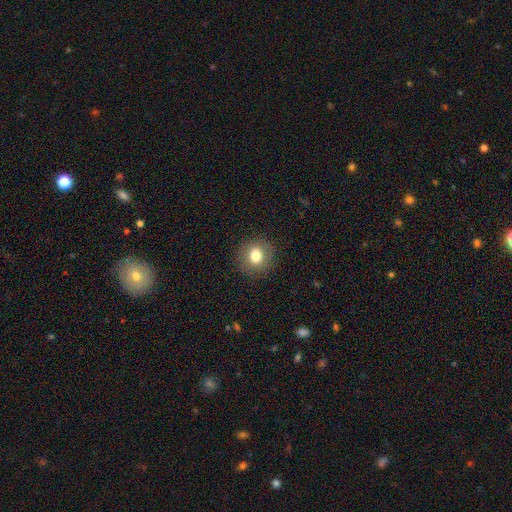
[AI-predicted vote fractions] A smooth galaxy with no disk features (79%) that is round (86%). Merging: none (89%).